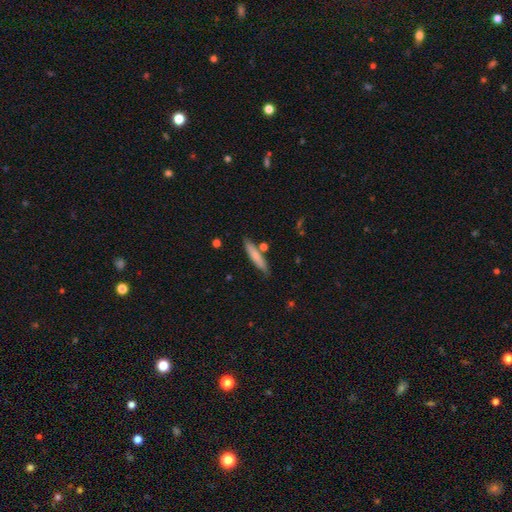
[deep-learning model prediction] The model was most divided on "smooth or featured": smooth: 73%, featured or disk: 21%, star or artifact: 6%. More confident: how rounded — cigar-shaped (88%); merging — none (81%).